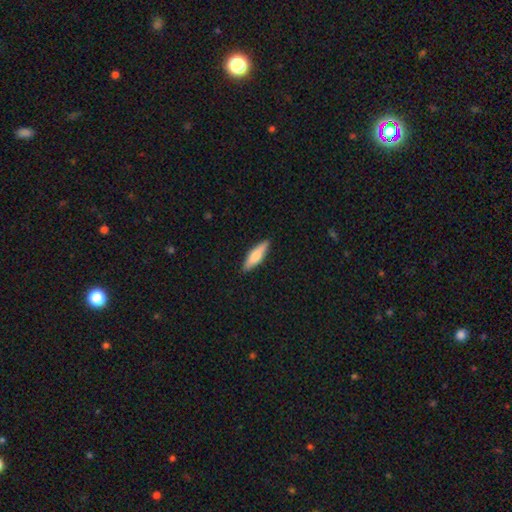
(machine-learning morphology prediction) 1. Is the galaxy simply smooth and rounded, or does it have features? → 69% smooth, 25% featured or disk, 5% star or artifact.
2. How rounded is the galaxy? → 65% cigar-shaped, 33% in between, 2% round.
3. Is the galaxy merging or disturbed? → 89% none, 8% minor disturbance, 2% major disturbance, 1% merger.